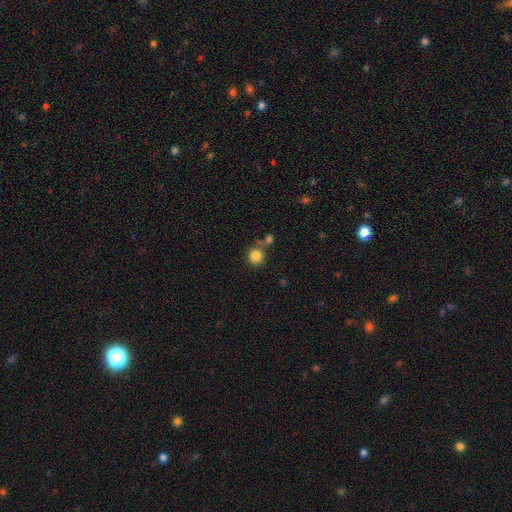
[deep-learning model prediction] smooth_or_featured: smooth (p=0.84) [alt: star or artifact p=0.11]
how_rounded: round (p=0.93) [alt: in between p=0.06]
merging: none (p=0.68) [alt: merger p=0.19]